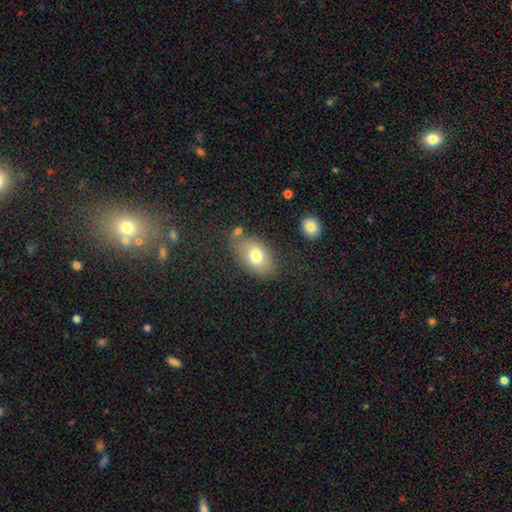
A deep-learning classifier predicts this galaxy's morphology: Smooth or featured?
  - smooth: 75% *
  - featured or disk: 16%
  - star or artifact: 9%
How rounded?
  - in between: 86% *
  - round: 12%
  - cigar-shaped: 2%
Merging?
  - none: 72% *
  - minor disturbance: 16%
  - merger: 7%
  - major disturbance: 5%